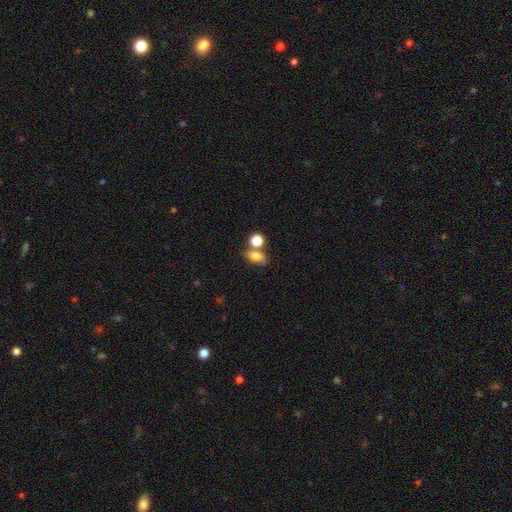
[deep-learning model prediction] smooth_or_featured: smooth (p=0.79) [alt: star or artifact p=0.12]
how_rounded: in between (p=0.75) [alt: round p=0.22]
merging: none (p=0.51) [alt: merger p=0.31]